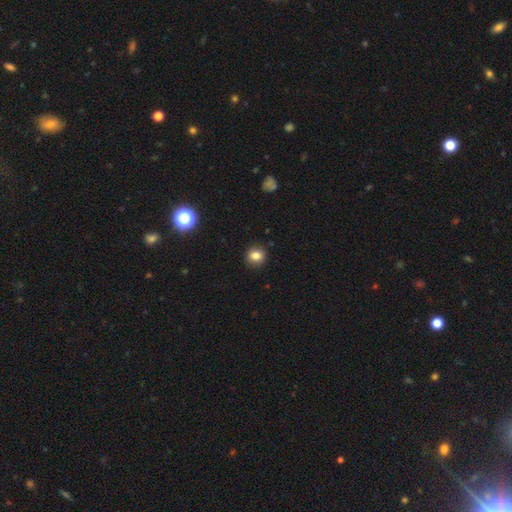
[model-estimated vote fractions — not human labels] Q: Smooth or featured?
A: smooth (82%); runner-up: star or artifact (12%)
Q: How rounded?
A: round (79%); runner-up: in between (20%)
Q: Merging?
A: none (89%); runner-up: minor disturbance (7%)